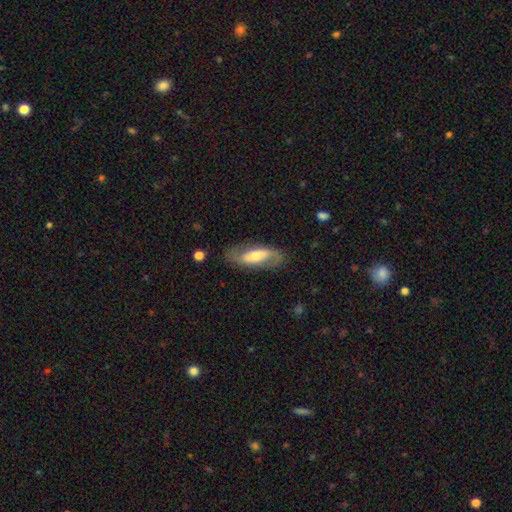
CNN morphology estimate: smooth_or_featured: featured or disk (p=0.65) [alt: smooth p=0.29]
disk_edge_on: no (p=0.87) [alt: yes p=0.13]
bar: no (p=0.34) [tied with: strong p=0.34]
has_spiral_arms: yes (p=0.81) [alt: no p=0.19]
bulge_size: moderate (p=0.54) [alt: small p=0.32]
merging: none (p=0.76) [alt: minor disturbance p=0.16]